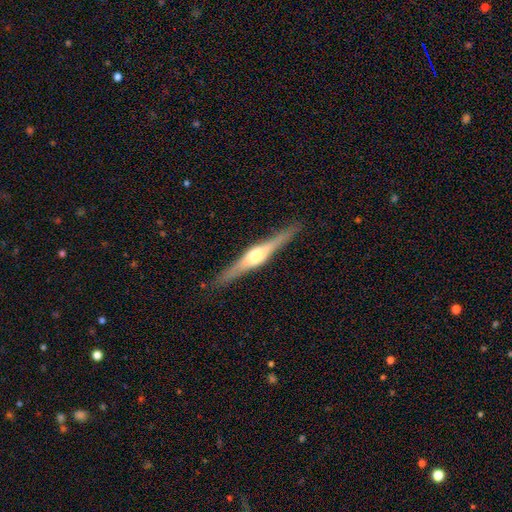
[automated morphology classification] A featured or disk galaxy (77%) viewed edge-on (98%) with a rounded central bulge (88%).

Vote fractions:
- Smooth or featured? featured or disk: 77% / smooth: 18% / star or artifact: 5%
- Edge-on disk? yes: 98% / no: 2%
- Edge-on bulge? rounded: 88% / boxy: 9% / none: 3%
- Merging? none: 89% / minor disturbance: 8% / major disturbance: 2% / merger: 1%